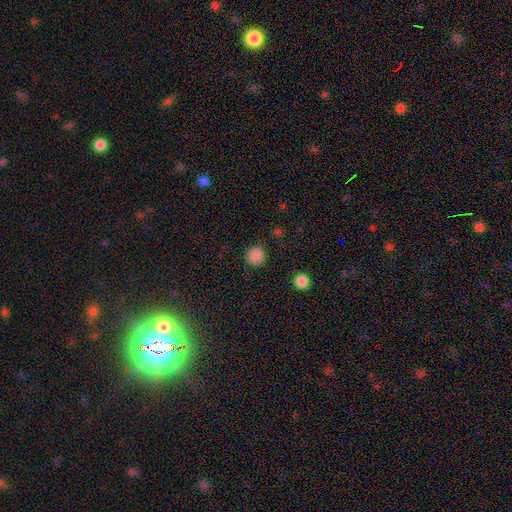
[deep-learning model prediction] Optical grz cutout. It shows a smooth galaxy with no disk features (86%) that is round (93%). Merging: none (89%).